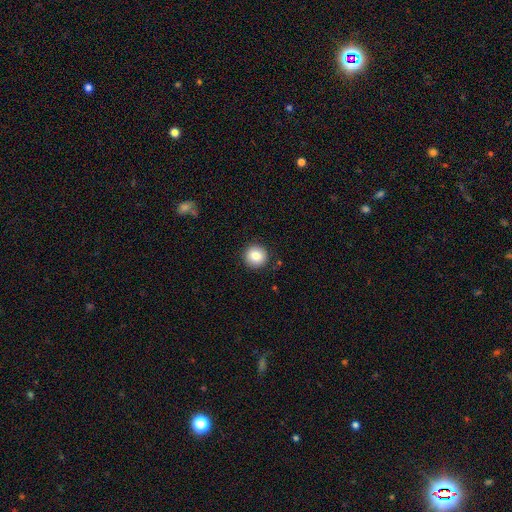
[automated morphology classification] The model was most divided on "smooth or featured": smooth: 83%, star or artifact: 9%, featured or disk: 8%. More confident: how rounded — round (95%); merging — none (91%).